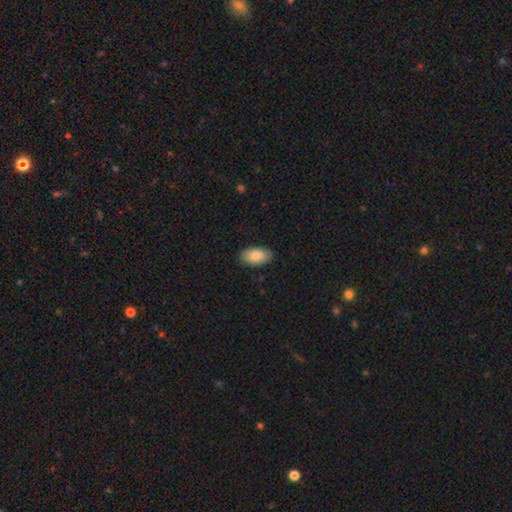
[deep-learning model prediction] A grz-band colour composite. It shows a smooth galaxy with no disk features (84%) that is in between round and cigar-shaped (94%). Merging: none (85%).